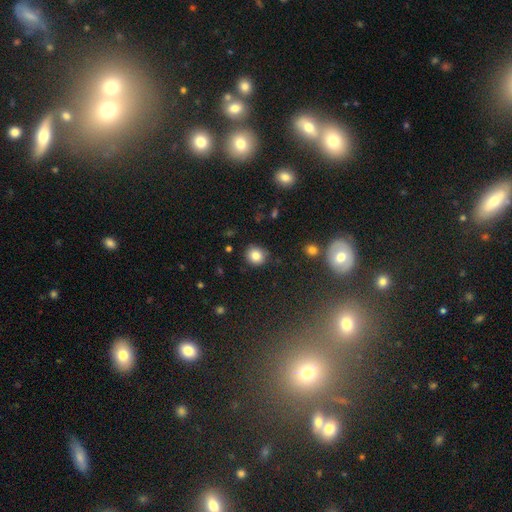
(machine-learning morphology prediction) The model was most divided on "how rounded": round: 84%, in between: 15%, cigar-shaped: 1%. More confident: merging — none (86%); smooth or featured — smooth (83%).